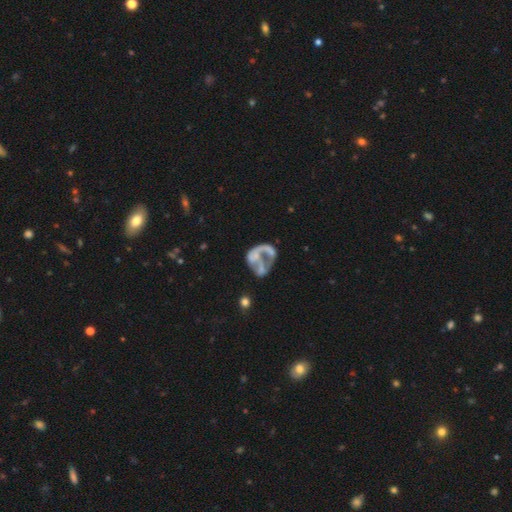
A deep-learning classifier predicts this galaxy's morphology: A featured or disk galaxy (66%) with no bar (83%), no spiral arms (63%) and no central bulge (71%).

Vote fractions:
- Smooth or featured? featured or disk: 66% / smooth: 24% / star or artifact: 10%
- Edge-on disk? no: 98% / yes: 2%
- Bar? no: 83% / weak: 12% / strong: 5%
- Spiral arms? no: 63% / yes: 37%
- Bulge size? none: 71% / small: 16% / moderate: 9% / large: 3% / dominant: 2%
- Merging? major disturbance: 46% / none: 26% / merger: 14% / minor disturbance: 14%